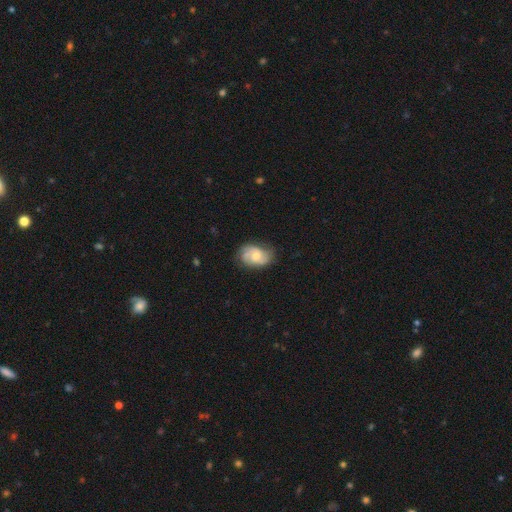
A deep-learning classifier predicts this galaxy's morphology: This appears to be a featured or disk galaxy (70%) with no bar (62%), 2 (48%) medium (44%) spiral arms (93%) and a moderate central bulge (55%). Merging: none (70%).